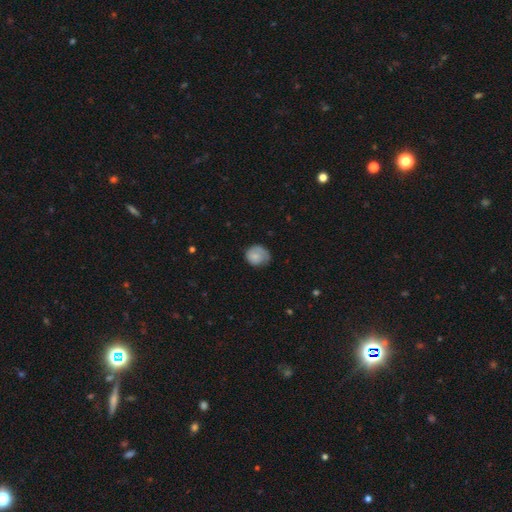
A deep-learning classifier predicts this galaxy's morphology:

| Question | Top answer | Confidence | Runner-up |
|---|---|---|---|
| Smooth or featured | smooth | 72% | featured or disk (21%) |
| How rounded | round | 73% | in between (26%) |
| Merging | none | 55% | minor disturbance (32%) |